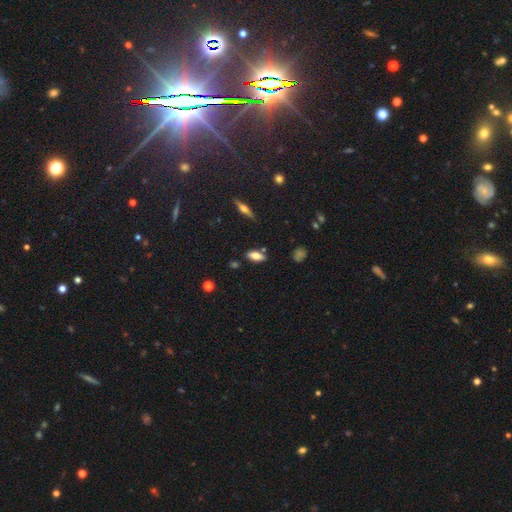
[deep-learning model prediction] This appears to be a smooth galaxy with no disk features (69%) that is in between round and cigar-shaped (79%). Merging: none (80%).